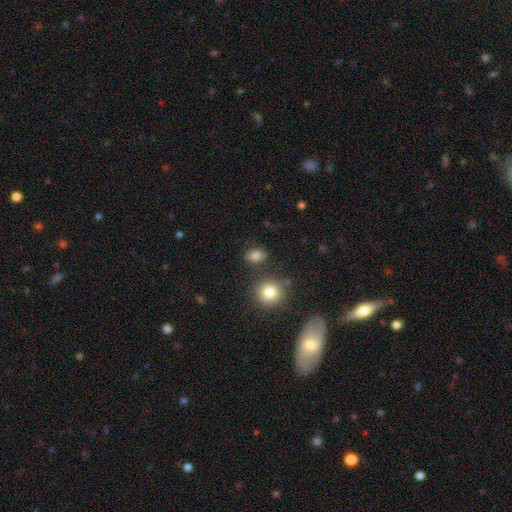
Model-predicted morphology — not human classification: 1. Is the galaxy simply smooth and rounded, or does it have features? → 82% smooth, 12% star or artifact, 6% featured or disk.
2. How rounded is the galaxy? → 62% in between, 37% round, 1% cigar-shaped.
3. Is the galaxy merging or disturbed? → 79% none, 12% minor disturbance, 6% merger, 4% major disturbance.